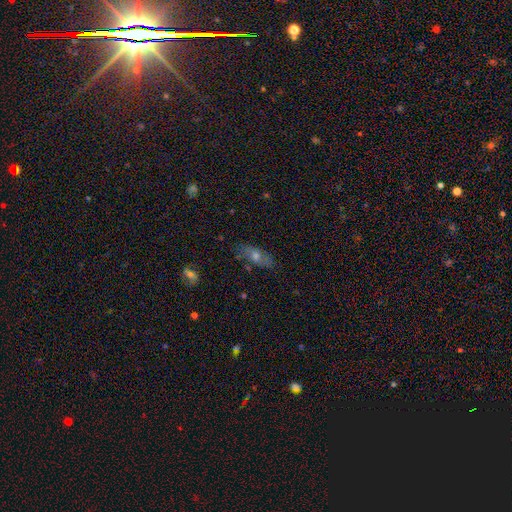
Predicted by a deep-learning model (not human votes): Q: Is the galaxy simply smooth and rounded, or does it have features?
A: smooth — 45%.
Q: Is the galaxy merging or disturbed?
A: none — 80%.